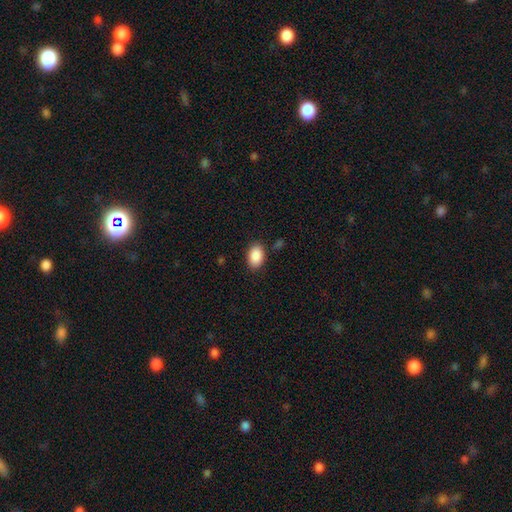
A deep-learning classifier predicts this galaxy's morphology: This is clearly a smooth galaxy (90%). How rounded: clearly in between (89%). Merging: clearly none (86%).